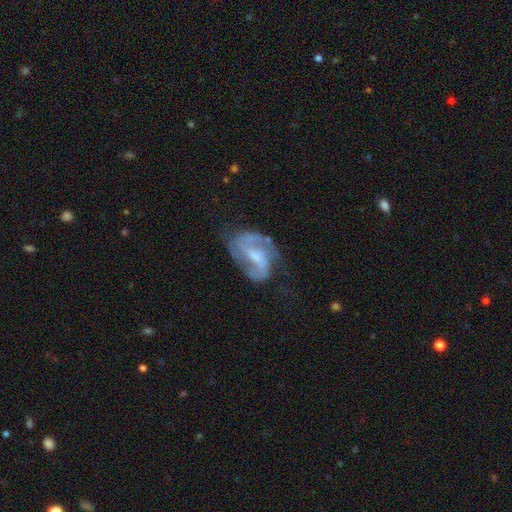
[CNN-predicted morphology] This appears to be a featured or disk galaxy (83%) with a weak bar (52%), 2 (76%) medium (52%) spiral arms (93%) and a moderate central bulge (40%). Merging: none (58%).